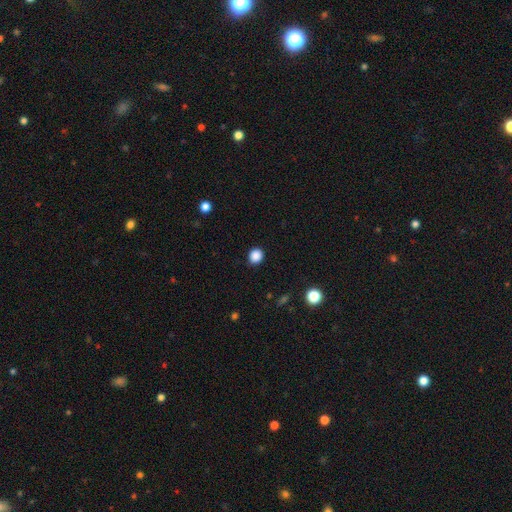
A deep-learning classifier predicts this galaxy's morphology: A smooth galaxy with no disk features (88%) that is round (83%). Merging: none (90%).